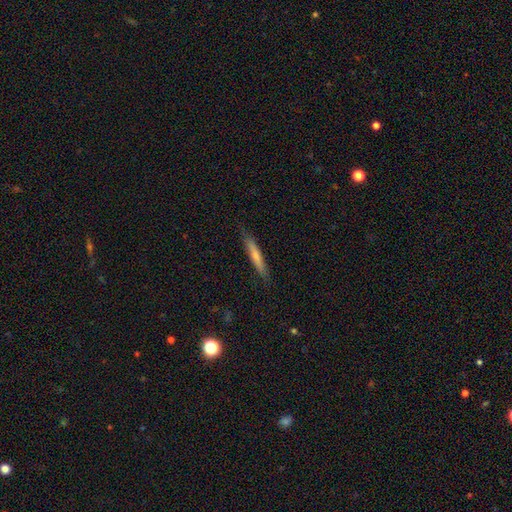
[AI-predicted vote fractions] The model was most divided on "smooth or featured": smooth: 60%, featured or disk: 34%, star or artifact: 6%. More confident: how rounded — cigar-shaped (93%); merging — none (85%).